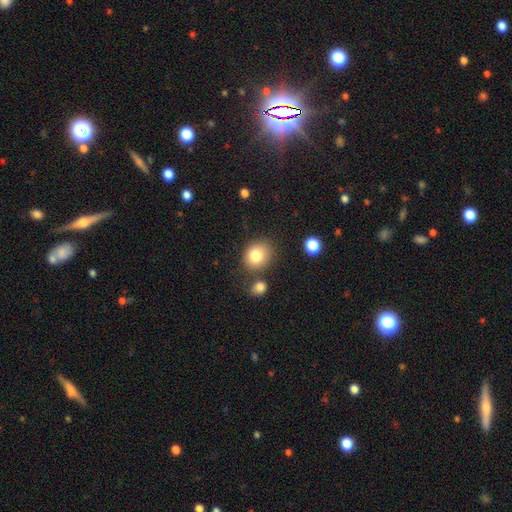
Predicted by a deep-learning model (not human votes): smooth-or-featured: smooth: 82% | star or artifact: 10% | featured or disk: 9%
  how-rounded: round: 67% | in between: 32% | cigar-shaped: 1%
  merging: none: 71% | minor disturbance: 13% | merger: 12% | major disturbance: 4%